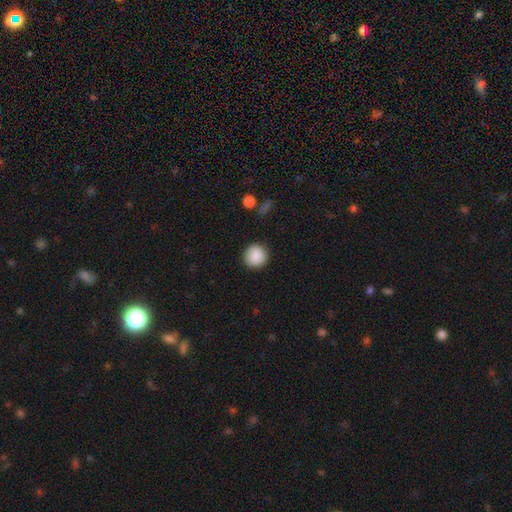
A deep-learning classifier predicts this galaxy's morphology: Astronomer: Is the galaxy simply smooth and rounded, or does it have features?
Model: smooth — 88%.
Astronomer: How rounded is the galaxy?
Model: round — 92%.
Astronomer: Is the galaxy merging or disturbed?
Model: none — 90%.